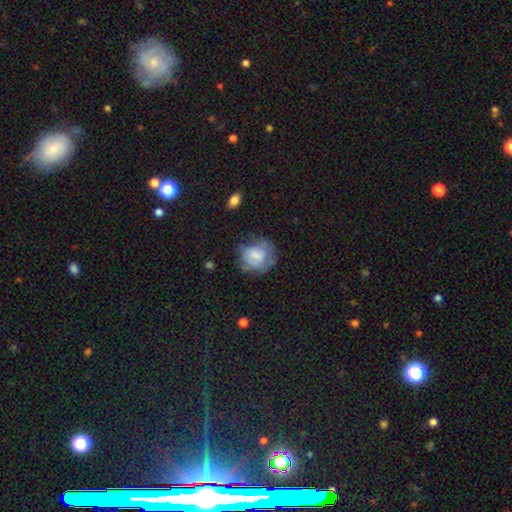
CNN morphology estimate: This appears to be a smooth galaxy with no disk features (64%) that is round (70%). Merging: none (49%).